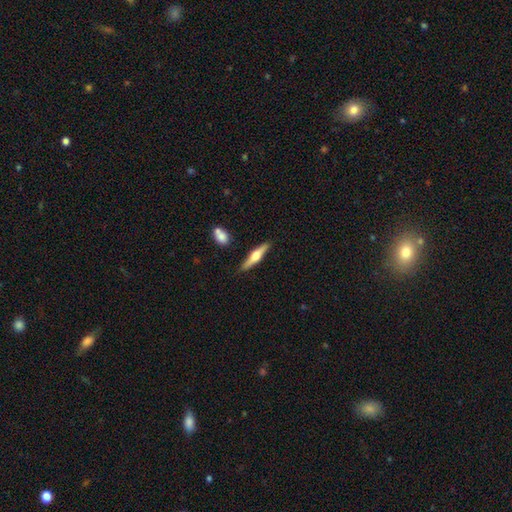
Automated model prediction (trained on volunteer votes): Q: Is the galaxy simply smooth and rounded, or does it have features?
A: featured or disk — 58%.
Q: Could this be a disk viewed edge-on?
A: yes — 96%.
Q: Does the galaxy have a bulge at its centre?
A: rounded — 93%.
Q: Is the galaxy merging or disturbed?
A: none — 86%.